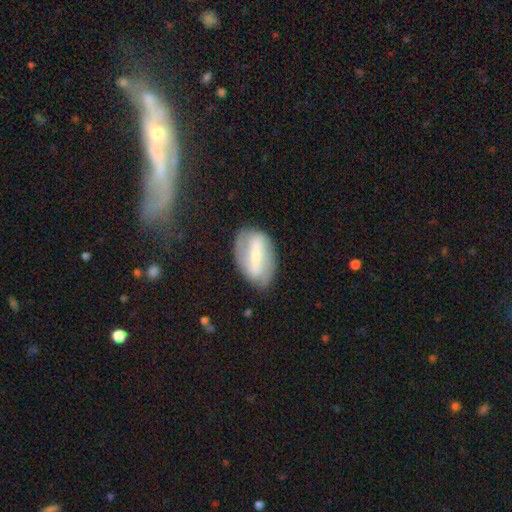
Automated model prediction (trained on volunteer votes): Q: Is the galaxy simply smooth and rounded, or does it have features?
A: featured or disk — 61%.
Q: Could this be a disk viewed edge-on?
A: no — 90%.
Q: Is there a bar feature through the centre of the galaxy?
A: strong — 67%.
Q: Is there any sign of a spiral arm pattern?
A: yes — 56%.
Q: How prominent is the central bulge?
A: small — 55%.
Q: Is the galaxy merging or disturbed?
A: none — 74%.